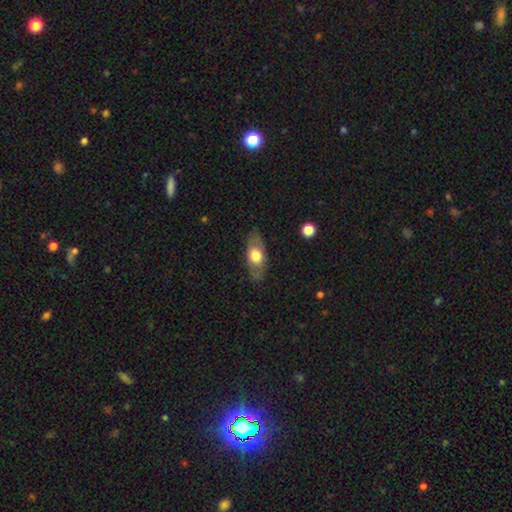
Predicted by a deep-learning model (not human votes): A smooth galaxy with no disk features (60%) that is in between round and cigar-shaped (81%).

Vote fractions:
- Smooth or featured? smooth: 60% / featured or disk: 34% / star or artifact: 6%
- How rounded? in between: 81% / cigar-shaped: 12% / round: 6%
- Merging? none: 83% / minor disturbance: 12% / major disturbance: 4% / merger: 1%